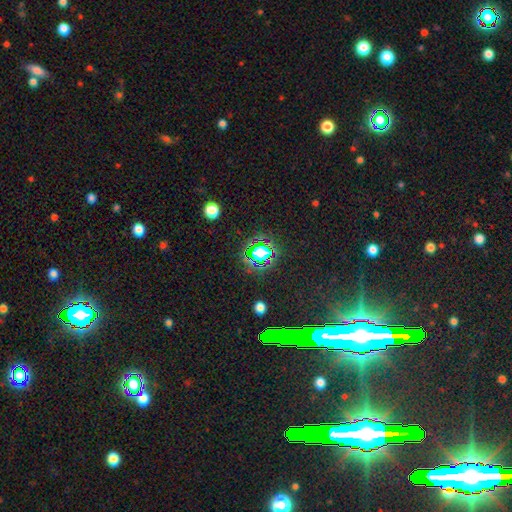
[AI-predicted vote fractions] This appears to be a star or artifact, not a galaxy (65%).